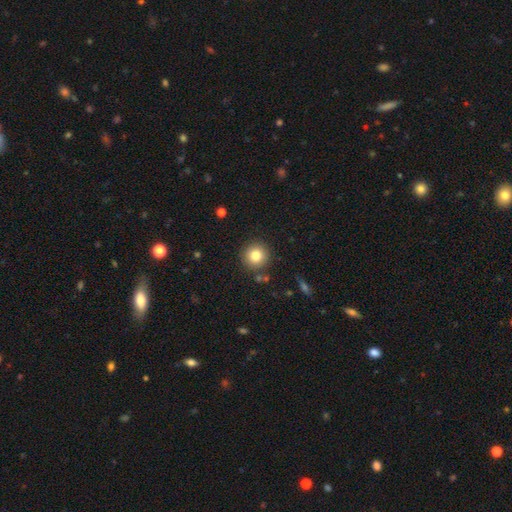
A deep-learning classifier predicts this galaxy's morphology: Q: Smooth or featured?
A: smooth (82%); runner-up: star or artifact (10%)
Q: How rounded?
A: round (94%); runner-up: in between (5%)
Q: Merging?
A: none (88%); runner-up: minor disturbance (7%)